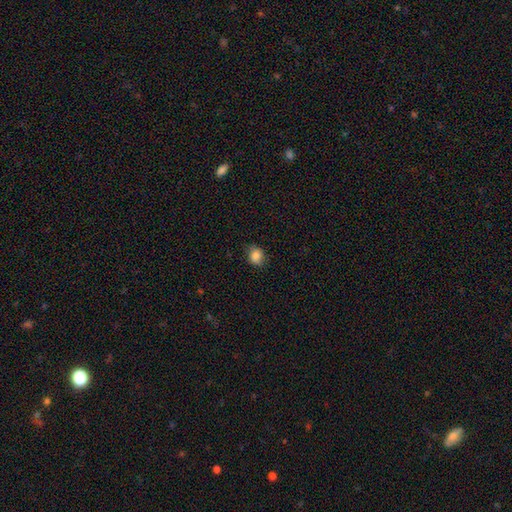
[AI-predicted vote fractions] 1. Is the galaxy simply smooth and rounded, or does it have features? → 85% smooth, 10% star or artifact, 5% featured or disk.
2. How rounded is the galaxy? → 68% round, 31% in between, 1% cigar-shaped.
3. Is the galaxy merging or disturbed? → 81% none, 15% minor disturbance, 3% major disturbance, 1% merger.